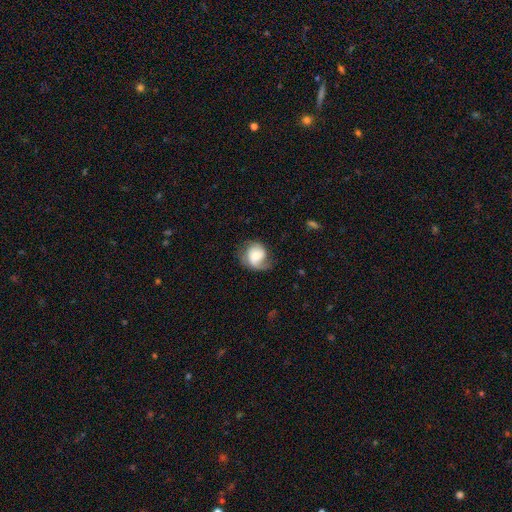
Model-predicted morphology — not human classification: A featured or disk galaxy (56%) with no bar (64%), spiral arms (87%) and a moderate central bulge (51%).

Vote fractions:
- Smooth or featured? featured or disk: 56% / smooth: 36% / star or artifact: 8%
- Edge-on disk? no: 97% / yes: 3%
- Bar? no: 64% / weak: 29% / strong: 7%
- Spiral arms? yes: 87% / no: 13%
- Bulge size? moderate: 51% / small: 34% / large: 10% / none: 3% / dominant: 2%
- Merging? none: 56% / minor disturbance: 26% / major disturbance: 17% / merger: 1%